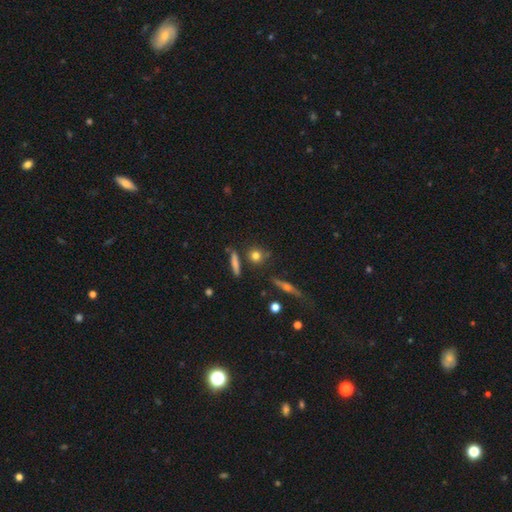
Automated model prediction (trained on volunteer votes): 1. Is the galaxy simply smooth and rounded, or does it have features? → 74% smooth, 14% featured or disk, 11% star or artifact.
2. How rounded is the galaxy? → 72% round, 15% in between, 13% cigar-shaped.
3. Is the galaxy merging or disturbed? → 77% none, 12% minor disturbance, 7% merger, 4% major disturbance.